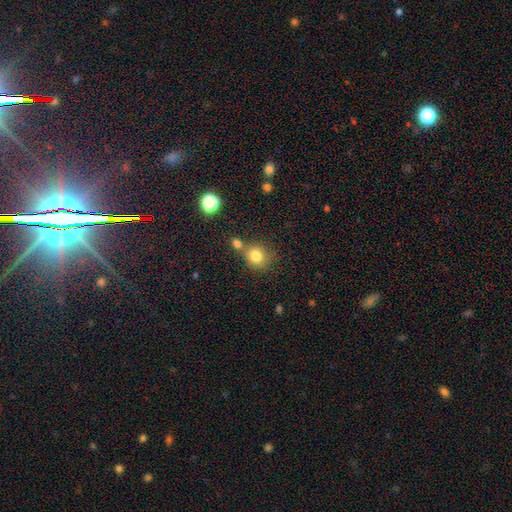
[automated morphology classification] This appears to be a smooth galaxy with no disk features (80%) that is round (83%). Merging: none (60%).